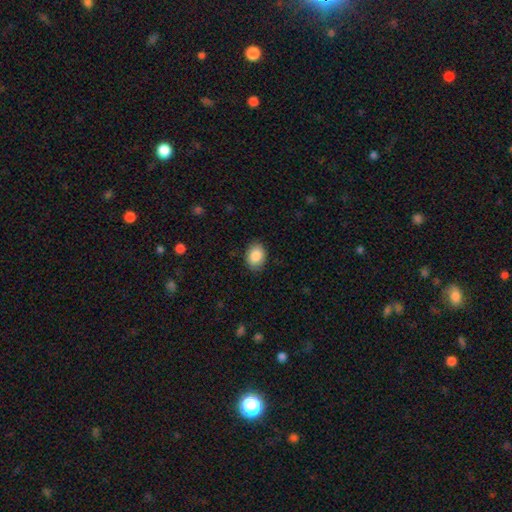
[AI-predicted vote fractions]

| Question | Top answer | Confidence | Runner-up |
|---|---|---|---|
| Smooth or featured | smooth | 88% | star or artifact (7%) |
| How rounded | in between | 74% | round (26%) |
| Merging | none | 86% | minor disturbance (11%) |